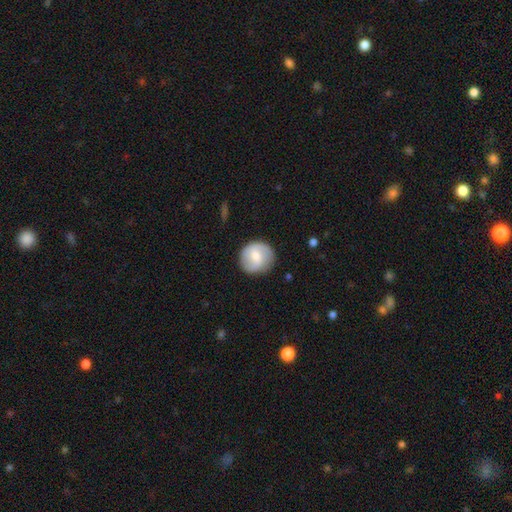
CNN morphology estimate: smooth-or-featured: featured or disk: 49% | smooth: 45% | star or artifact: 6%
  merging: none: 84% | minor disturbance: 11% | major disturbance: 3% | merger: 1%